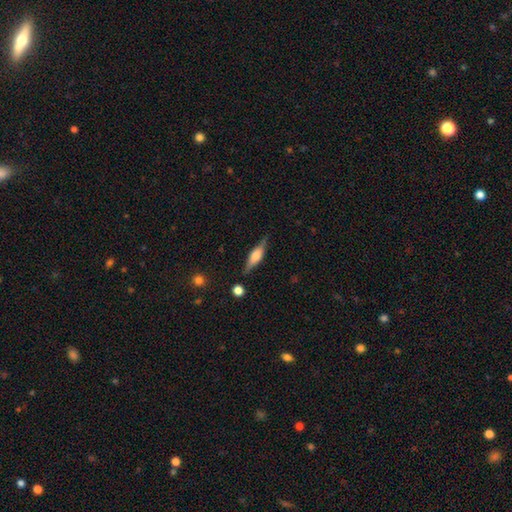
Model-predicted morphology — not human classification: This appears to be a featured or disk galaxy (57%) viewed edge-on (94%) with a rounded central bulge (74%). Merging: none (82%).